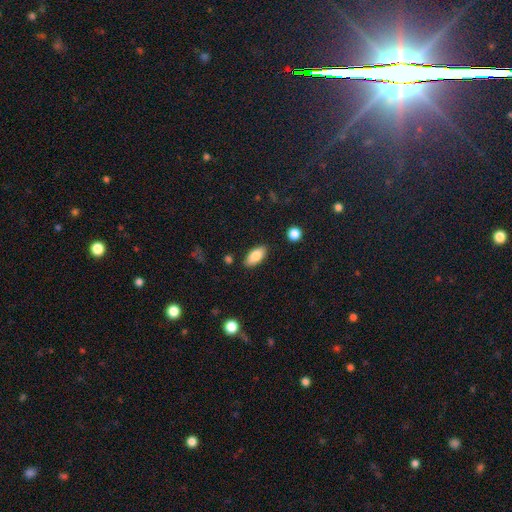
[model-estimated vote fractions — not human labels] smooth 83%, featured or disk 10%, star or artifact 7%. Down the decision tree: how rounded — in between (90%); merging — none (86%).